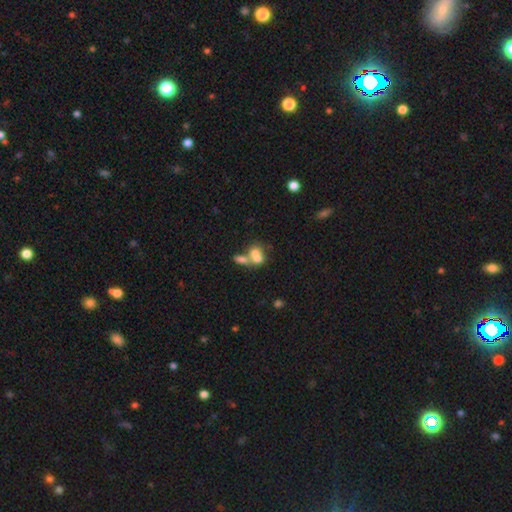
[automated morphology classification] This appears to be a smooth galaxy with no disk features (69%) that is in between round and cigar-shaped (66%). Merging: merger (67%).